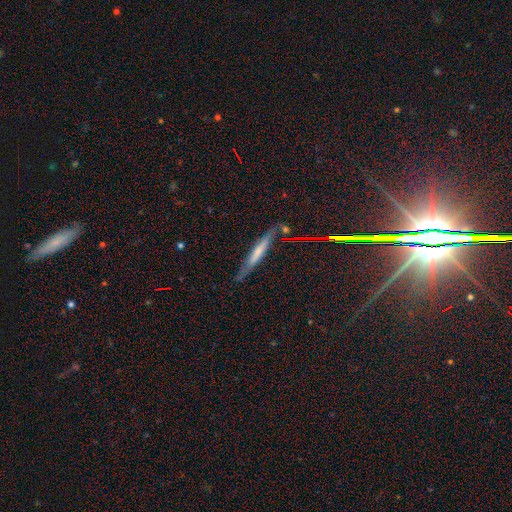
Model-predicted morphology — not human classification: The model was most divided on "smooth or featured": featured or disk: 48%, smooth: 36%, star or artifact: 16%. More confident: merging — none (76%).